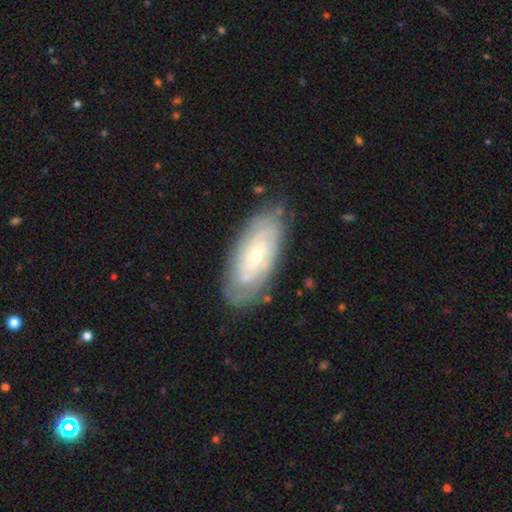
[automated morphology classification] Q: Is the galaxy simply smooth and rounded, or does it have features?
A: featured or disk — 76%.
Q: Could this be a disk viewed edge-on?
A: no — 91%.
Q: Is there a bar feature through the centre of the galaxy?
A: no — 63%.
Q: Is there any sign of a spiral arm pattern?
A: yes — 89%.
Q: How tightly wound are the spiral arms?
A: tight — 75%.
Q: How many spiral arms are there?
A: can't tell — 53%.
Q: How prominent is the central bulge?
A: small — 57%.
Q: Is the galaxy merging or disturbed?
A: none — 78%.